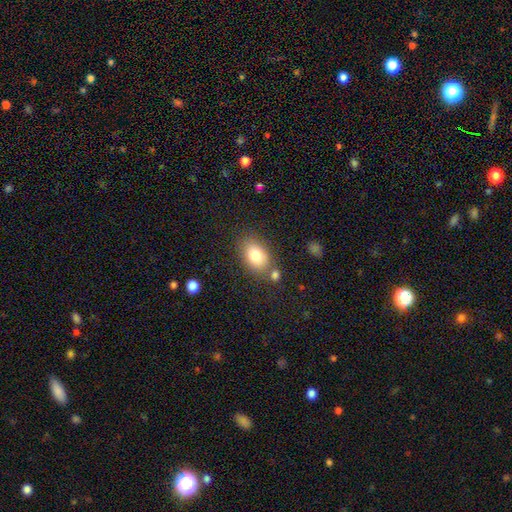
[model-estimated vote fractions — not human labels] Morphology: type=smooth (80%); roundness=in between (82%); merging=none (71%).